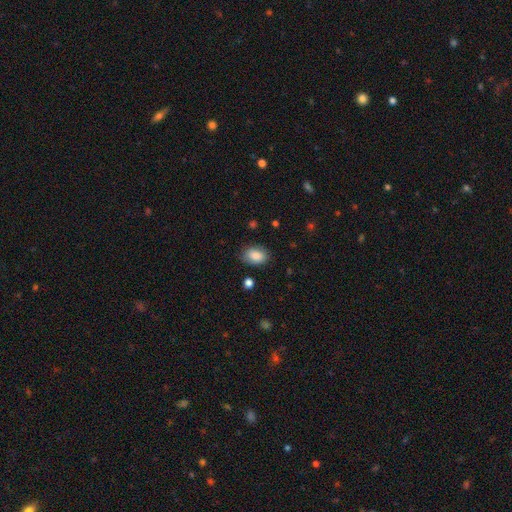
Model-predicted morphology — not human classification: Smooth or featured: smooth — 87% (star or artifact — 8%)
How rounded: in between — 82% (round — 17%)
Merging: none — 80% (minor disturbance — 15%)